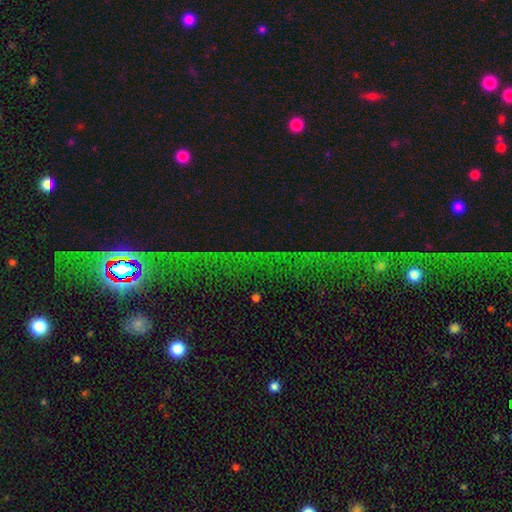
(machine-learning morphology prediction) A star or artifact, not a galaxy (74%).